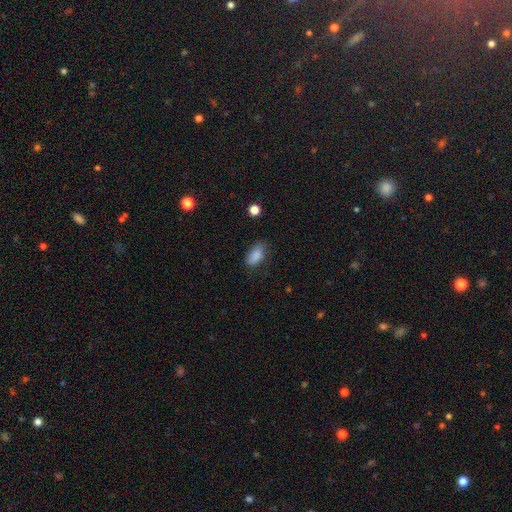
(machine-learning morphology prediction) Smooth or featured?
  - smooth: 85% *
  - star or artifact: 9%
  - featured or disk: 6%
How rounded?
  - in between: 89% *
  - round: 6%
  - cigar-shaped: 5%
Merging?
  - none: 68% *
  - minor disturbance: 25%
  - major disturbance: 6%
  - merger: 2%